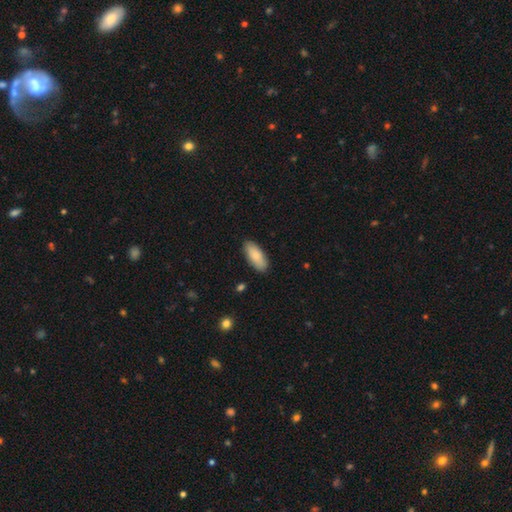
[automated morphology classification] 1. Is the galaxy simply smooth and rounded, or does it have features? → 83% smooth, 11% featured or disk, 6% star or artifact.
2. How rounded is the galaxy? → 85% in between, 13% cigar-shaped, 2% round.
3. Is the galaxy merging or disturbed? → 87% none, 10% minor disturbance, 2% major disturbance, 1% merger.